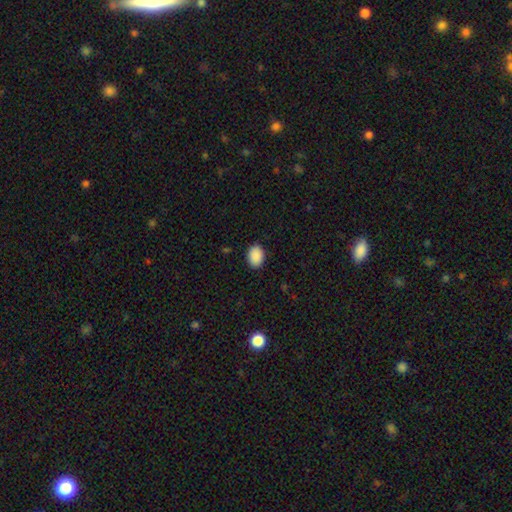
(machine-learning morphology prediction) smooth_or_featured: smooth (p=0.91) [alt: star or artifact p=0.07]
how_rounded: in between (p=0.71) [alt: round p=0.28]
merging: none (p=0.89) [alt: minor disturbance p=0.08]